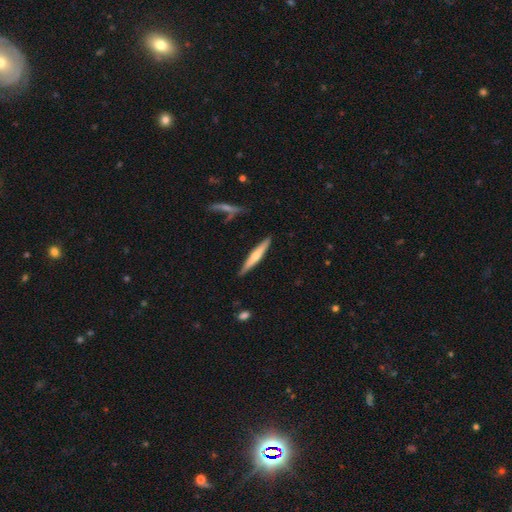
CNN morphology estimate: This appears to be a smooth galaxy with no disk features (48%). Merging: none (87%).